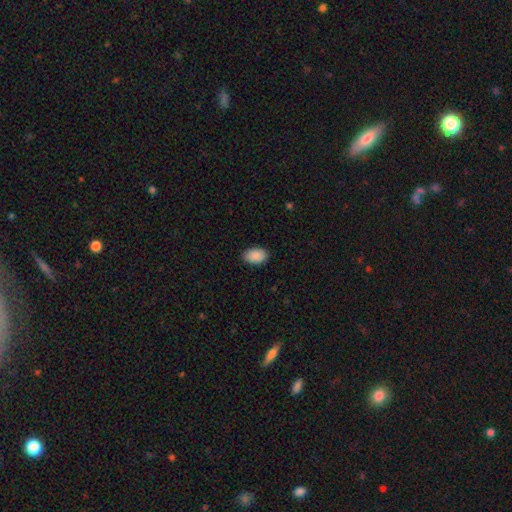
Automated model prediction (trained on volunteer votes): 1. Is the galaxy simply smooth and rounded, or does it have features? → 90% smooth, 6% star or artifact, 3% featured or disk.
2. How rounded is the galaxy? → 90% in between, 9% round, 1% cigar-shaped.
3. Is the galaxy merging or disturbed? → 88% none, 9% minor disturbance, 2% major disturbance, 1% merger.